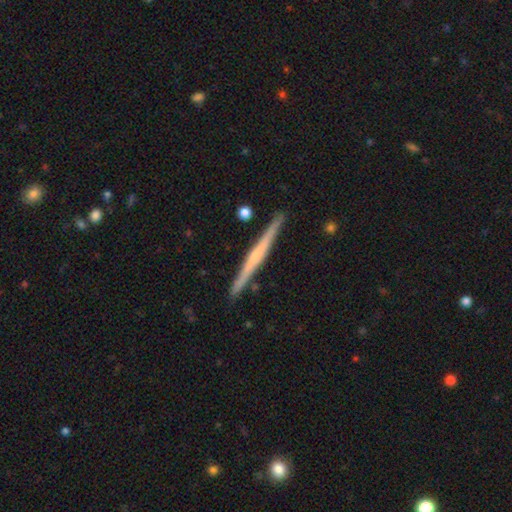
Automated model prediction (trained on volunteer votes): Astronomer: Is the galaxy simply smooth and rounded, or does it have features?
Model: featured or disk — 65%.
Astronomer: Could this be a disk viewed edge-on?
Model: yes — 98%.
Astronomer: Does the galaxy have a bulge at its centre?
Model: none — 52% (runner-up: rounded, 35%).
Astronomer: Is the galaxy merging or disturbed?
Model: none — 90%.